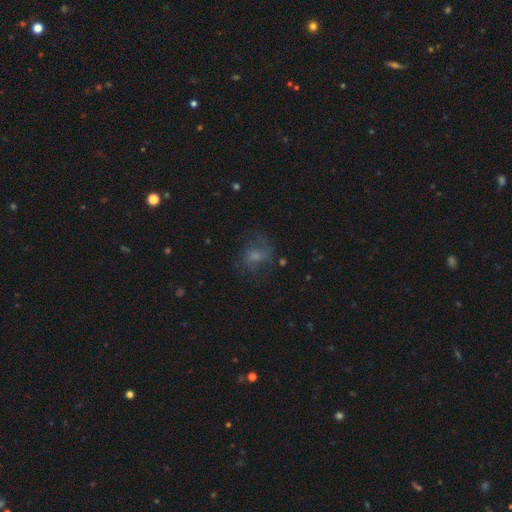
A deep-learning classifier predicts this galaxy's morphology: Smooth or featured? featured or disk (43%)
Merging? none (58%)